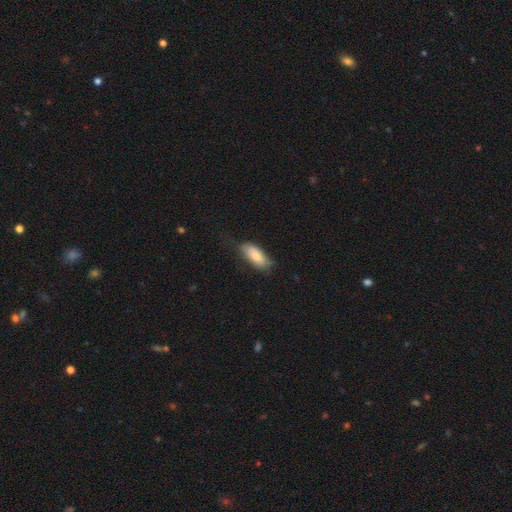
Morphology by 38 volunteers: Smooth or featured: smooth — 82% (featured or disk — 11%)
How rounded: in between — 90% (cigar-shaped — 10%)
Merging: none — 54% (minor disturbance — 37%)